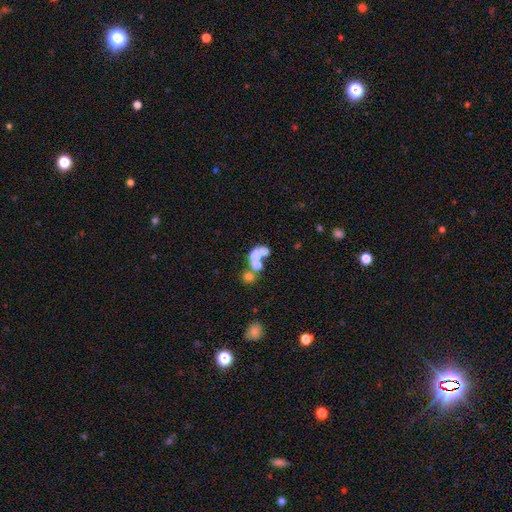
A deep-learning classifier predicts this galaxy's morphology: smooth 49%, featured or disk 39%, star or artifact 12%. Down the decision tree: merging — merger (66%).